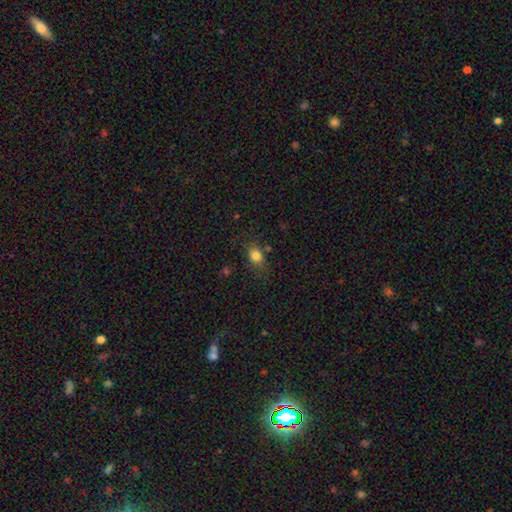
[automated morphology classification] Overall: smooth (81%). How rounded: in between (58%; round 40%). Merging: none (71%).